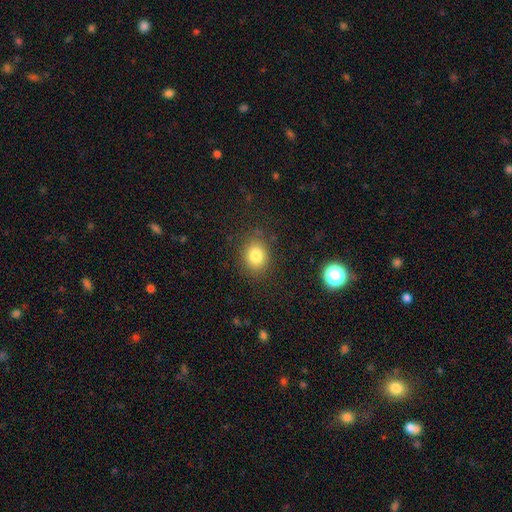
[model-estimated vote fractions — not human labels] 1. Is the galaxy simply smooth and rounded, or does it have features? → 81% smooth, 11% star or artifact, 7% featured or disk.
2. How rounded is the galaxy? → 61% round, 38% in between, 1% cigar-shaped.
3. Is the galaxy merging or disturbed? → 84% none, 11% minor disturbance, 4% major disturbance, 1% merger.